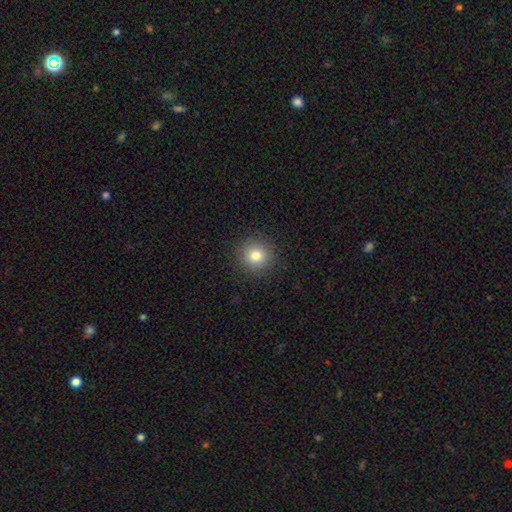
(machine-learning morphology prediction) Q: Smooth or featured?
A: smooth (80%); runner-up: star or artifact (12%)
Q: How rounded?
A: round (93%); runner-up: in between (6%)
Q: Merging?
A: none (91%); runner-up: minor disturbance (6%)